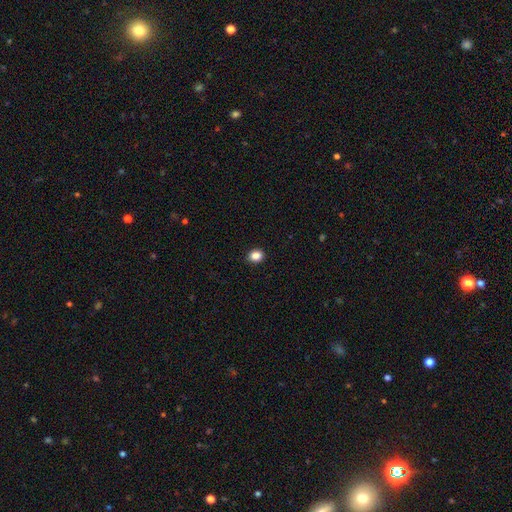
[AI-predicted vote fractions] A smooth galaxy with no disk features (86%) that is round (58%). Merging: none (92%).